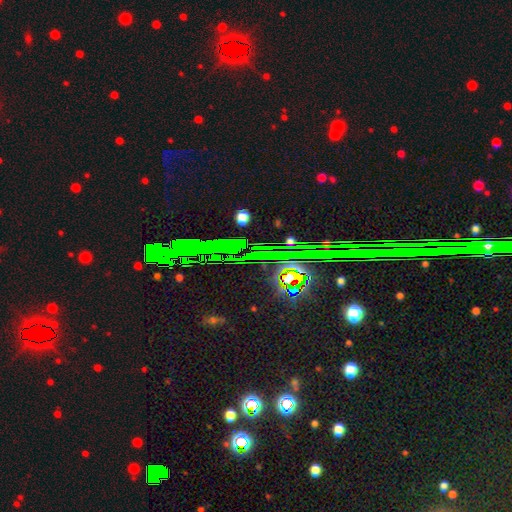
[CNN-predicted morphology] A star or artifact, not a galaxy (83%).

Vote fractions:
- Smooth or featured? star or artifact: 83% / smooth: 9% / featured or disk: 8%